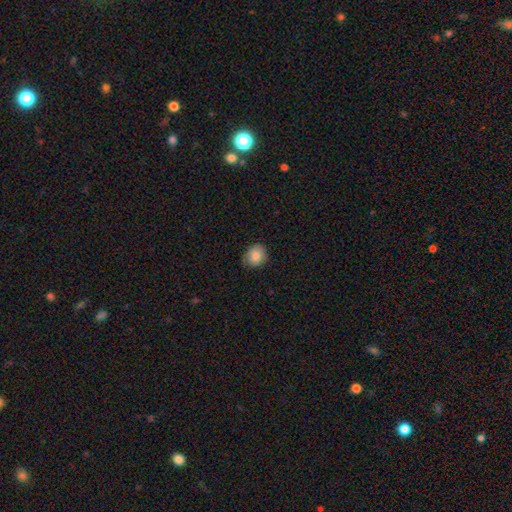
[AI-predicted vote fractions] Overall: smooth (84%). How rounded: round (70%). Merging: none (74%).